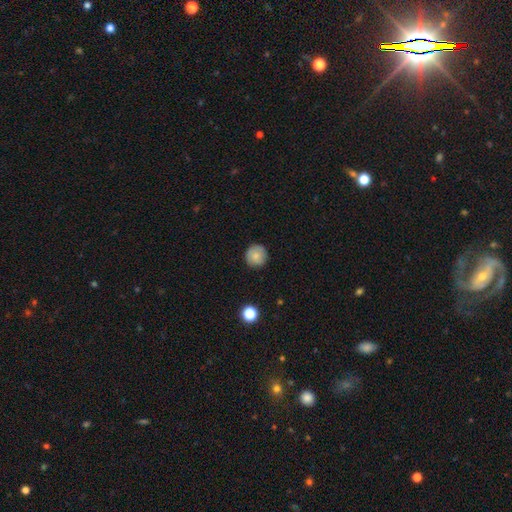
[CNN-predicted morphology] Smooth or featured? Predicted: smooth (p=0.75). How rounded? Predicted: round (p=0.92). Merging? Predicted: none (p=0.85).